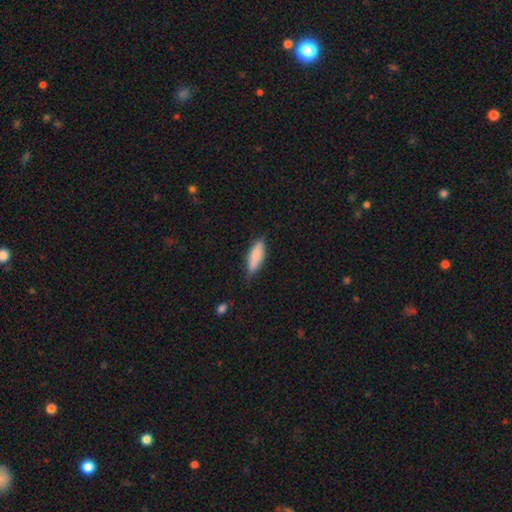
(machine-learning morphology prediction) A smooth galaxy with no disk features (79%) that is in between round and cigar-shaped (61%).

Vote fractions:
- Smooth or featured? smooth: 79% / featured or disk: 14% / star or artifact: 6%
- How rounded? in between: 61% / cigar-shaped: 37% / round: 2%
- Merging? none: 68% / minor disturbance: 26% / major disturbance: 4% / merger: 2%